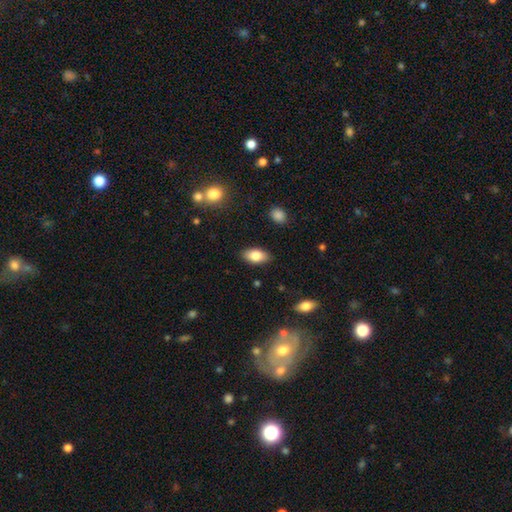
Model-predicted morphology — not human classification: Overall: smooth (82%). How rounded: in between (92%). Merging: none (87%).